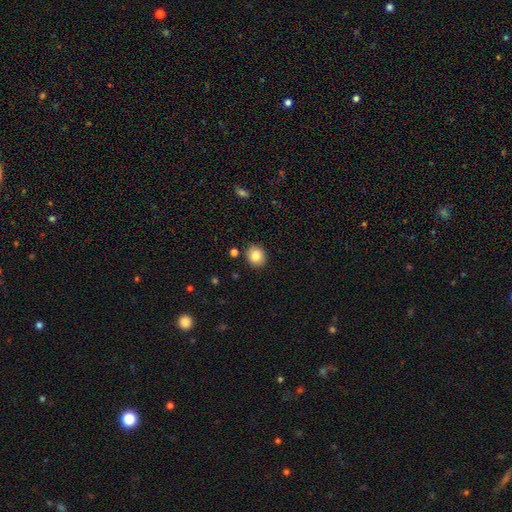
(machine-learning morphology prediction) Overall: smooth (82%). How rounded: round (71%). Merging: none (88%).